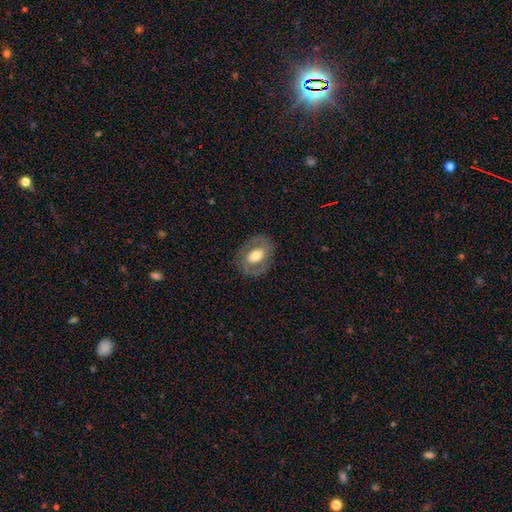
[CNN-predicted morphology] This appears to be a featured or disk galaxy (57%) with no bar (47%), spiral arms (52%) and a moderate central bulge (63%). Merging: none (80%).